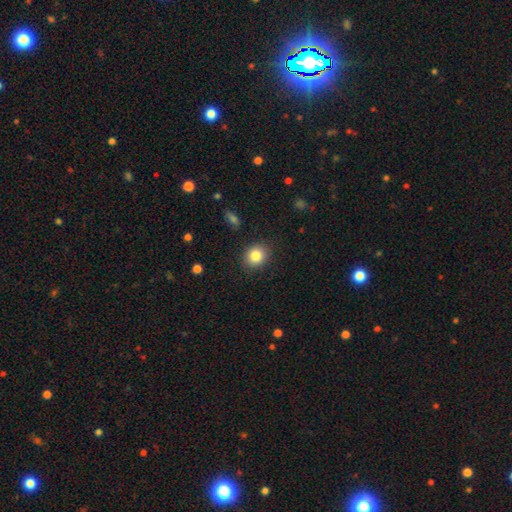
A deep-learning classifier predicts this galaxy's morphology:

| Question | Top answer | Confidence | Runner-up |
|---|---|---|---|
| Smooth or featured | smooth | 84% | star or artifact (10%) |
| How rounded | round | 72% | in between (27%) |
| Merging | none | 88% | minor disturbance (8%) |